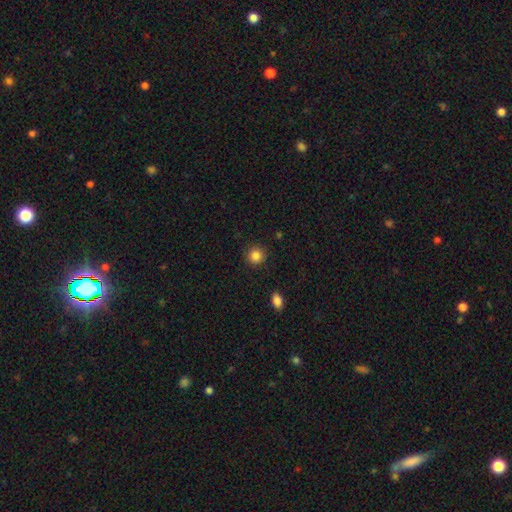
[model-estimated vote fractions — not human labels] smooth 85%, star or artifact 10%, featured or disk 4%. Down the decision tree: how rounded — round (93%); merging — none (91%).